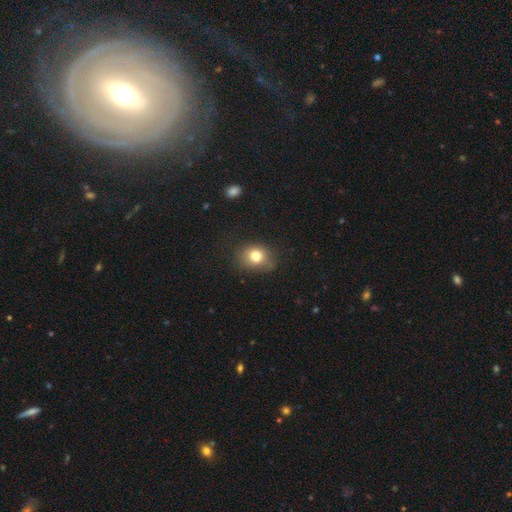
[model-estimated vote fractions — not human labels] A smooth galaxy with no disk features (76%) that is round (51%).

Vote fractions:
- Smooth or featured? smooth: 76% / featured or disk: 12% / star or artifact: 12%
- How rounded? round: 51% / in between: 48% / cigar-shaped: 1%
- Merging? none: 62% / minor disturbance: 26% / major disturbance: 10% / merger: 2%